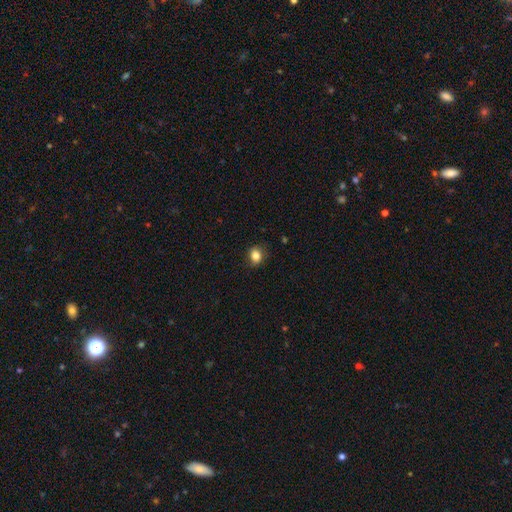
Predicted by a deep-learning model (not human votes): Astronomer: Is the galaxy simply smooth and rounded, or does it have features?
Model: smooth — 84%.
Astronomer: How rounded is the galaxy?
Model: round — 59% (runner-up: in between, 40%).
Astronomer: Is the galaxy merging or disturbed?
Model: none — 83%.